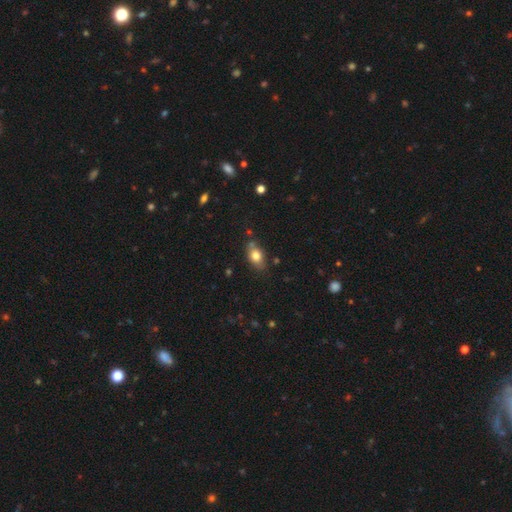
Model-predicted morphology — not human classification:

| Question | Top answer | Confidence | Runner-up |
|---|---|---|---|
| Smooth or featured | smooth | 78% | featured or disk (13%) |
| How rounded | in between | 78% | round (18%) |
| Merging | none | 70% | minor disturbance (20%) |